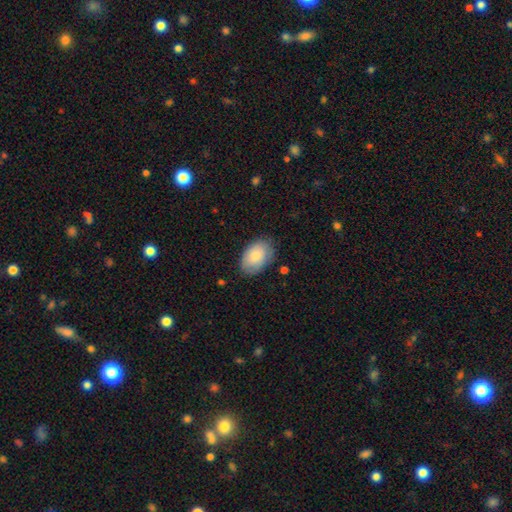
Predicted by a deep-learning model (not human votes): Smooth or featured: smooth — 79% (featured or disk — 15%)
How rounded: in between — 90% (round — 9%)
Merging: none — 78% (minor disturbance — 18%)